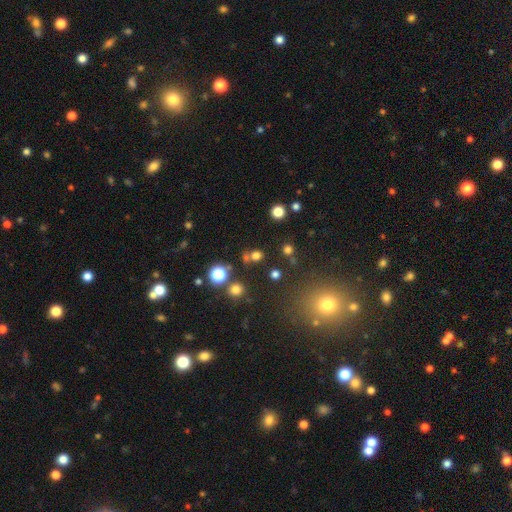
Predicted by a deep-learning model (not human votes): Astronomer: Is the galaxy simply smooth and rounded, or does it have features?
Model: smooth — 68%.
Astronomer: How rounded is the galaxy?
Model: round — 79%.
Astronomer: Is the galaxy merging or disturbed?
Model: none — 69%.